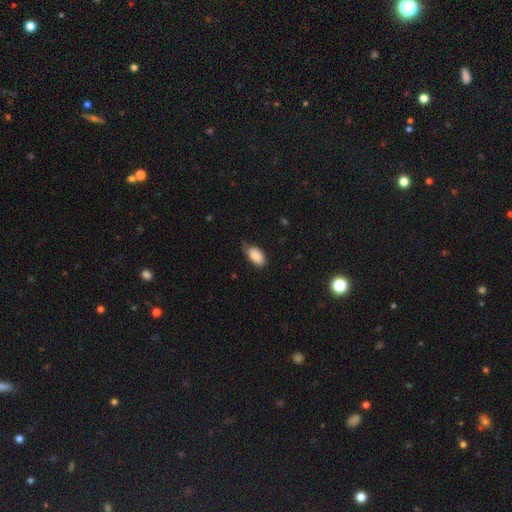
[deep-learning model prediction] This is clearly a smooth galaxy (87%). How rounded: clearly in between (94%). Merging: possibly none (56%).